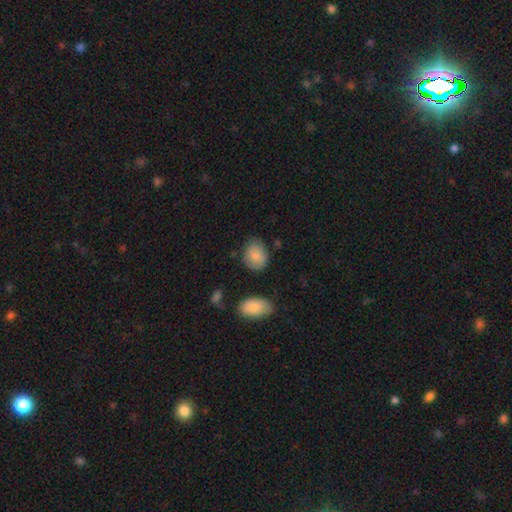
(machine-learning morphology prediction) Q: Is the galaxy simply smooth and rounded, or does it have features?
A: smooth — 84%.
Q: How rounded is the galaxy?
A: round — 57%.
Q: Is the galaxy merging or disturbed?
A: none — 74%.